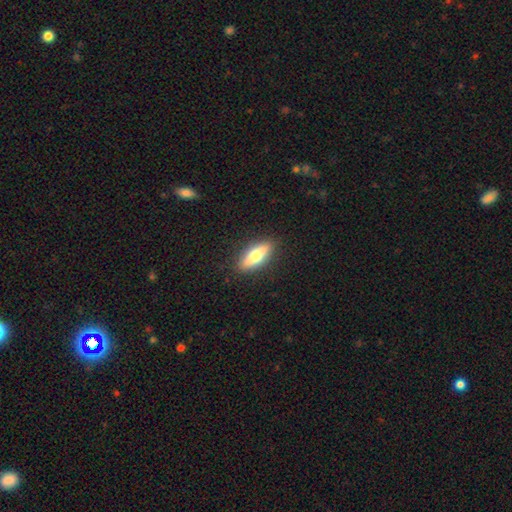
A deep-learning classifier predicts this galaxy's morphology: smooth 58%, featured or disk 36%, star or artifact 6%. Down the decision tree: how rounded — in between (51%); merging — none (89%).